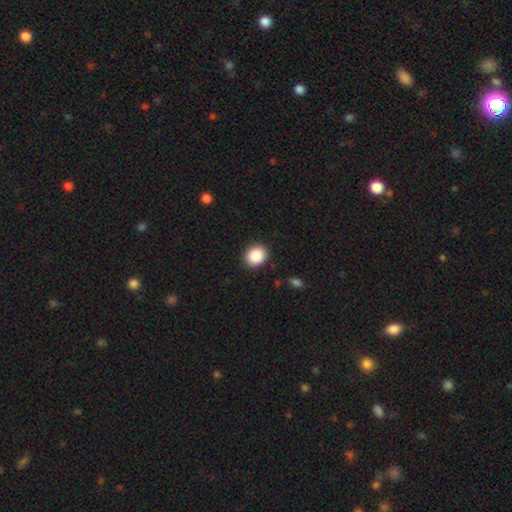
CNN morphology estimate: This is clearly a smooth galaxy (88%). How rounded: likely round (66%). Merging: clearly none (91%).